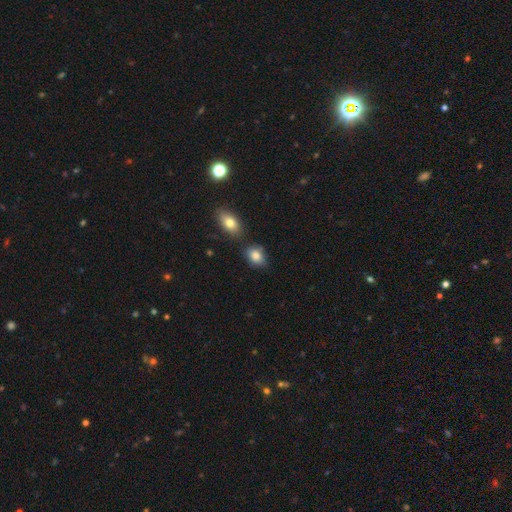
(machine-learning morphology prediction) This appears to be a smooth galaxy with no disk features (85%) that is in between round and cigar-shaped (73%). Merging: none (68%).